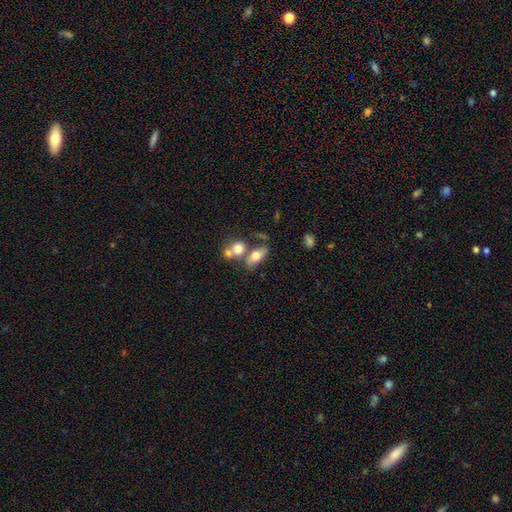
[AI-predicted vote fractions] Morphology: type=smooth (70%); roundness=in between (79%); merging=none (45%).